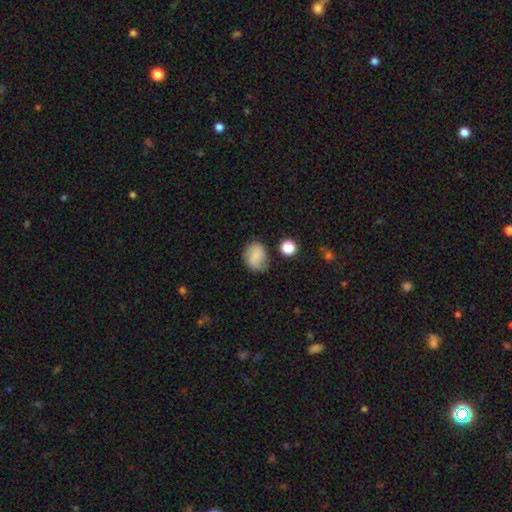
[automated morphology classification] A smooth galaxy with no disk features (71%) that is round (52%).

Vote fractions:
- Smooth or featured? smooth: 71% / featured or disk: 19% / star or artifact: 10%
- How rounded? round: 52% / in between: 47% / cigar-shaped: 1%
- Merging? none: 63% / minor disturbance: 25% / major disturbance: 8% / merger: 4%